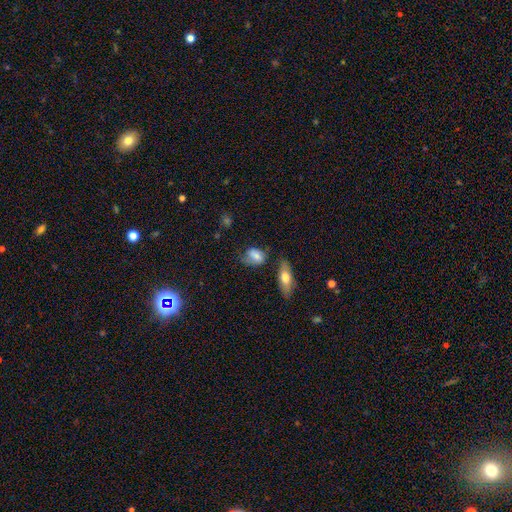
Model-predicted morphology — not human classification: Q: Smooth or featured?
A: smooth (69%); runner-up: featured or disk (22%)
Q: How rounded?
A: in between (74%); runner-up: round (24%)
Q: Merging?
A: none (53%); runner-up: minor disturbance (28%)